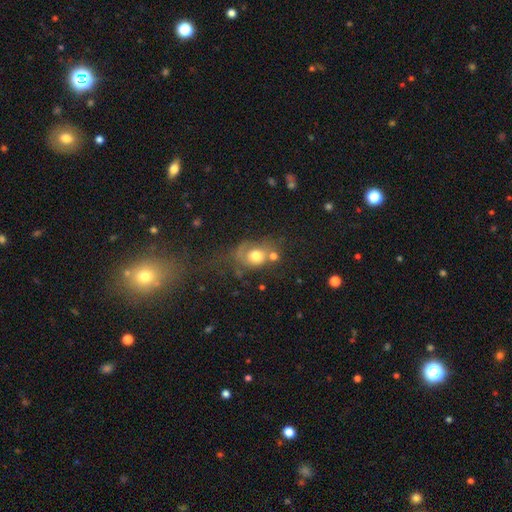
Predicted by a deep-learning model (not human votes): Overall: smooth (64%). How rounded: round (54%; in between 45%). Merging: none (33%; major disturbance 25%).